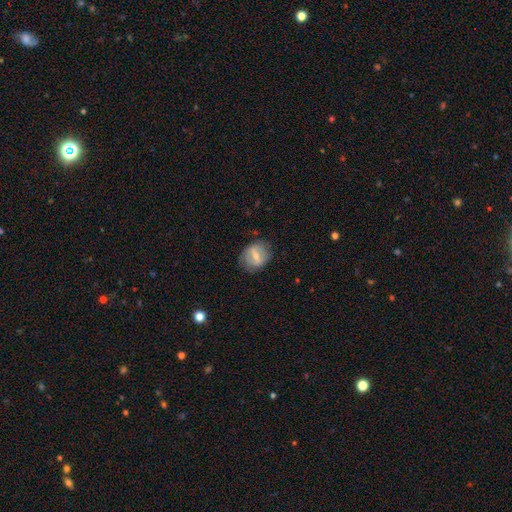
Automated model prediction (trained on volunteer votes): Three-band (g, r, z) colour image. It shows a featured or disk galaxy (48%). Merging: none (74%).